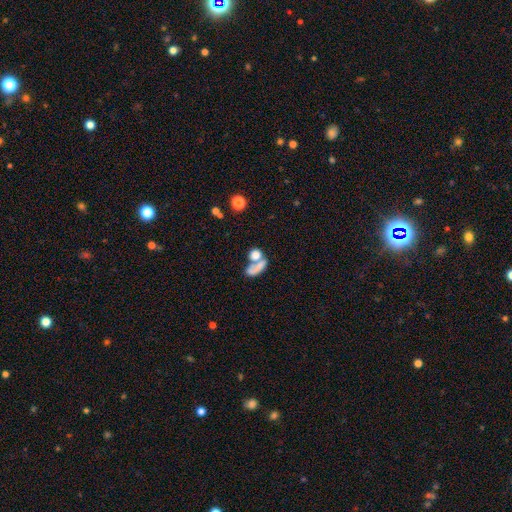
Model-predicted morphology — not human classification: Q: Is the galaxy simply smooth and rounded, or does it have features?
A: smooth — 67%.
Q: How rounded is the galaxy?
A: in between — 59%.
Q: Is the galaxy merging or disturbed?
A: merger — 54%.